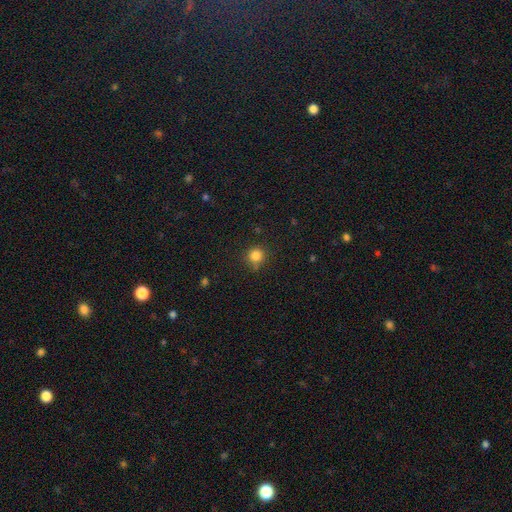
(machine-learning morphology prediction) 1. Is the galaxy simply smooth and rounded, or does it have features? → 84% smooth, 12% star or artifact, 4% featured or disk.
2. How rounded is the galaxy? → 92% round, 8% in between, 1% cigar-shaped.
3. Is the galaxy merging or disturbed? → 82% none, 12% minor disturbance, 3% major disturbance, 2% merger.